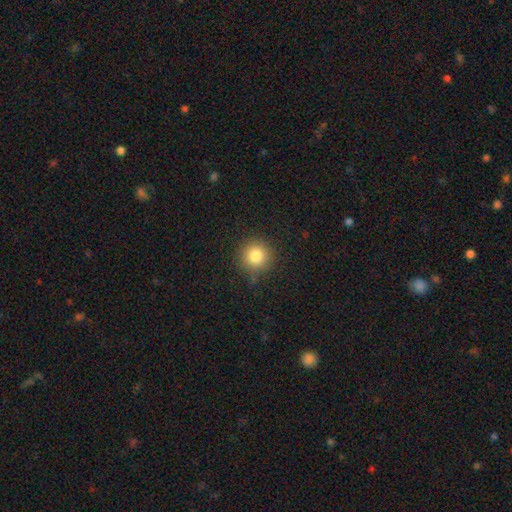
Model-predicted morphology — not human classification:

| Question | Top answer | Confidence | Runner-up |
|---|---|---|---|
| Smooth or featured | smooth | 81% | star or artifact (12%) |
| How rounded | round | 94% | in between (5%) |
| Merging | none | 86% | minor disturbance (10%) |